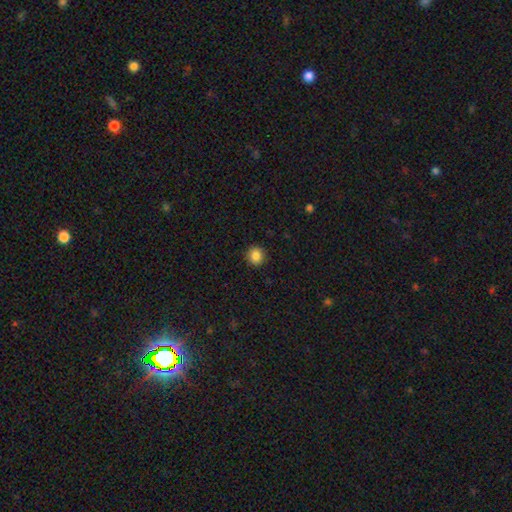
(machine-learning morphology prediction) A smooth galaxy with no disk features (86%) that is round (89%). Merging: none (91%).